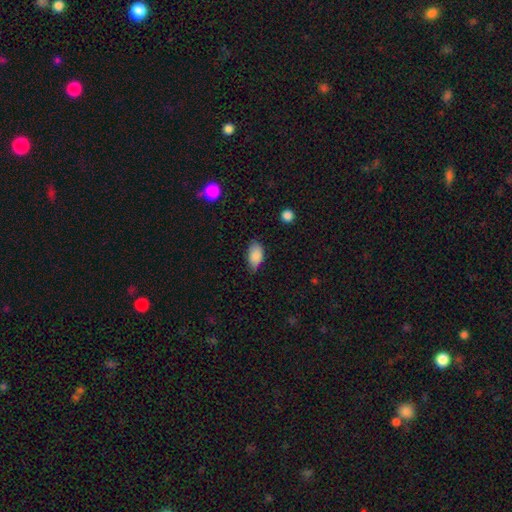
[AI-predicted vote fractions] Smooth or featured? smooth (86%)
How rounded? in between (91%)
Merging? none (60%)